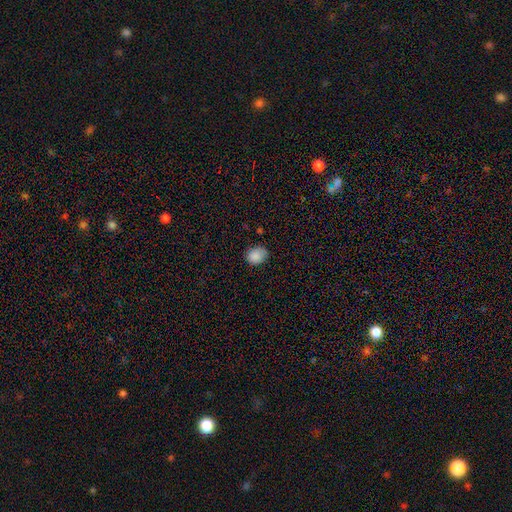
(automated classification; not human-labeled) Smooth or featured? smooth (87%)
How rounded? round (51%)
Merging? none (73%)